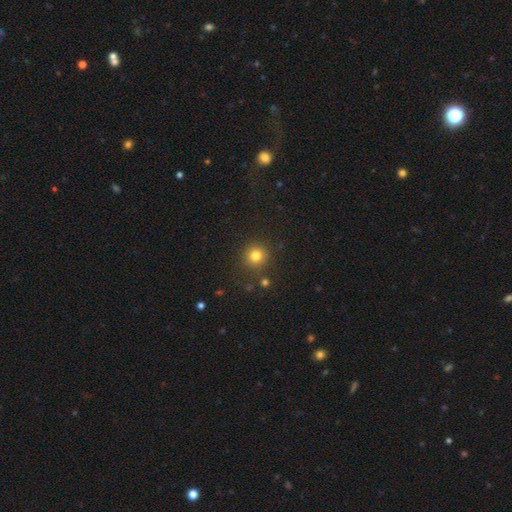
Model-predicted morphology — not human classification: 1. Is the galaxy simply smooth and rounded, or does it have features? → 80% smooth, 14% star or artifact, 6% featured or disk.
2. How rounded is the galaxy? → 93% round, 6% in between, 1% cigar-shaped.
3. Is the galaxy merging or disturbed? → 87% none, 7% minor disturbance, 3% merger, 3% major disturbance.